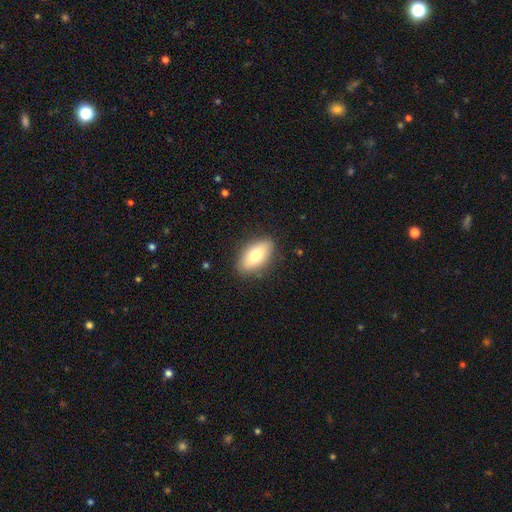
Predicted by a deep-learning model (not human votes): Smooth or featured?
  - smooth: 74% *
  - featured or disk: 19%
  - star or artifact: 7%
How rounded?
  - in between: 90% *
  - cigar-shaped: 6%
  - round: 5%
Merging?
  - none: 85% *
  - minor disturbance: 11%
  - major disturbance: 3%
  - merger: 1%